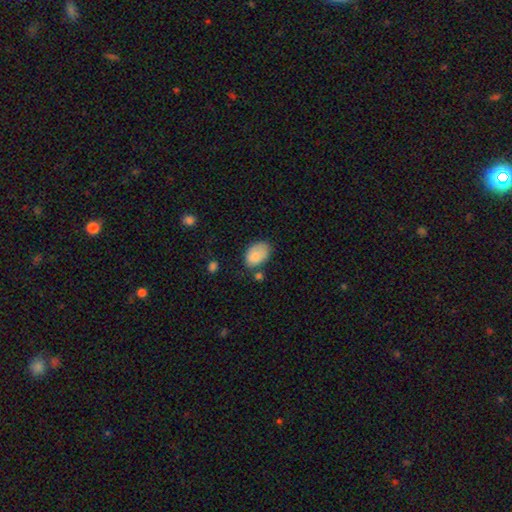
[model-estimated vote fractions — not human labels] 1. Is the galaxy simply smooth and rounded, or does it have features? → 81% smooth, 12% featured or disk, 7% star or artifact.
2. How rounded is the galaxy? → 86% in between, 13% round, 1% cigar-shaped.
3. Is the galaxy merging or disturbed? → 52% none, 30% minor disturbance, 10% major disturbance, 8% merger.